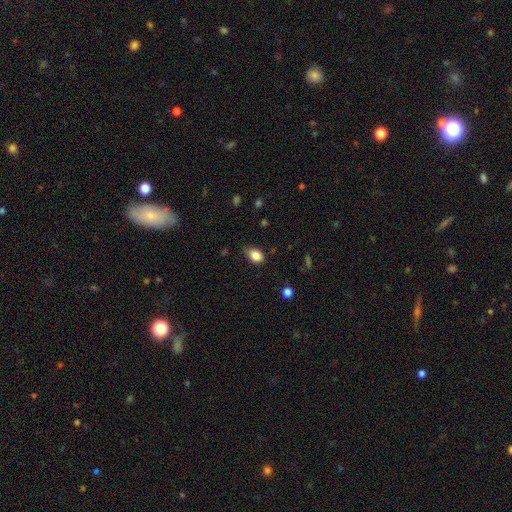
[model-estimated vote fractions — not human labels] smooth_or_featured: smooth (p=0.84) [alt: star or artifact p=0.09]
how_rounded: in between (p=0.72) [alt: round p=0.27]
merging: none (p=0.64) [alt: minor disturbance p=0.29]